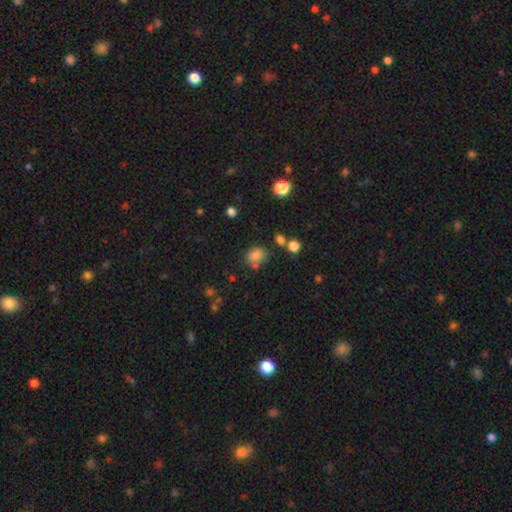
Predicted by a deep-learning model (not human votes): A smooth galaxy with no disk features (81%) that is round (55%).

Vote fractions:
- Smooth or featured? smooth: 81% / star or artifact: 13% / featured or disk: 6%
- How rounded? round: 55% / in between: 44% / cigar-shaped: 1%
- Merging? none: 66% / minor disturbance: 17% / merger: 11% / major disturbance: 6%